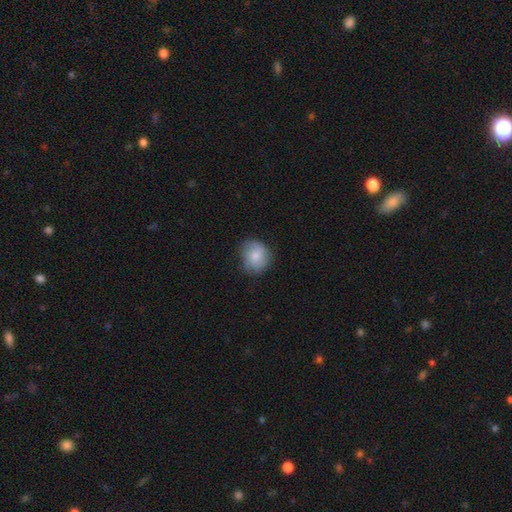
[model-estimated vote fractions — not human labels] Morphology: type=smooth (78%); roundness=round (75%); merging=none (72%).